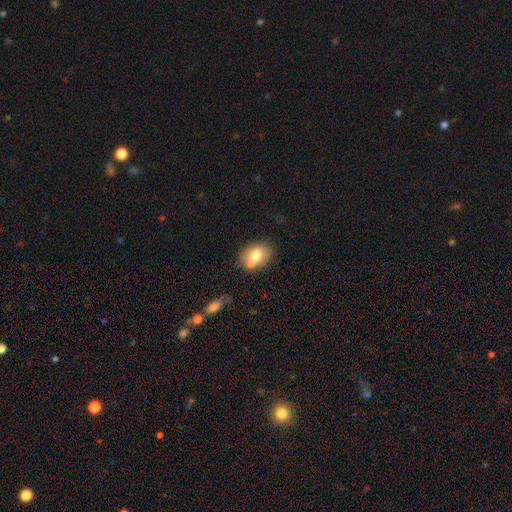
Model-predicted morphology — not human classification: Smooth or featured: smooth — 73% (featured or disk — 18%)
How rounded: in between — 65% (round — 34%)
Merging: none — 60% (merger — 20%)